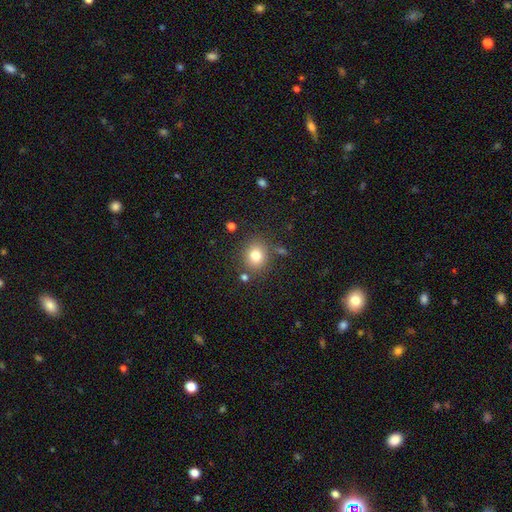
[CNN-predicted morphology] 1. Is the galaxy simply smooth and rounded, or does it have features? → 79% smooth, 12% star or artifact, 9% featured or disk.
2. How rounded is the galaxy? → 77% round, 22% in between, 1% cigar-shaped.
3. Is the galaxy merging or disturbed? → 79% none, 11% minor disturbance, 6% merger, 4% major disturbance.